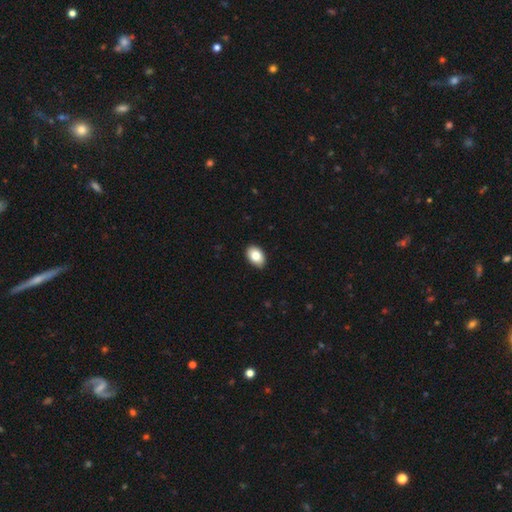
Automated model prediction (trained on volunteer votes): Overall: smooth (83%). How rounded: in between (88%). Merging: none (89%).